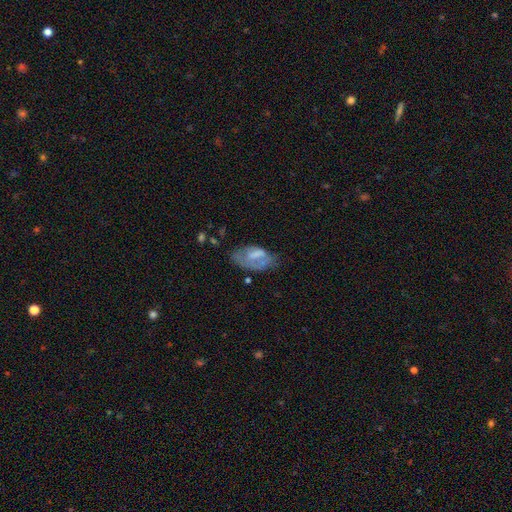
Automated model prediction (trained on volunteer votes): smooth_or_featured: smooth (p=0.52) [alt: featured or disk p=0.39]
how_rounded: in between (p=0.91) [alt: round p=0.05]
merging: none (p=0.38) [alt: minor disturbance p=0.32]